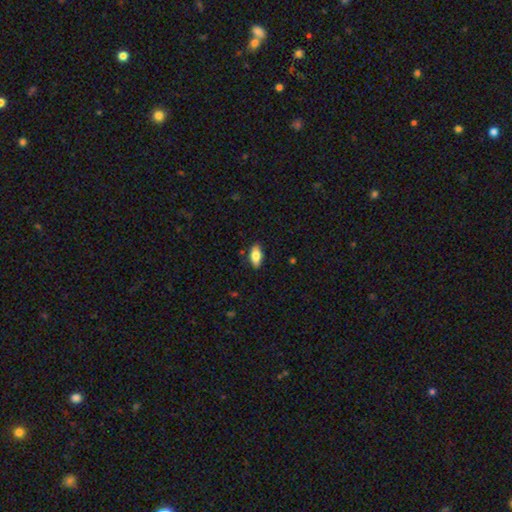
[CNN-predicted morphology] Smooth or featured? smooth (81%)
How rounded? in between (88%)
Merging? none (86%)